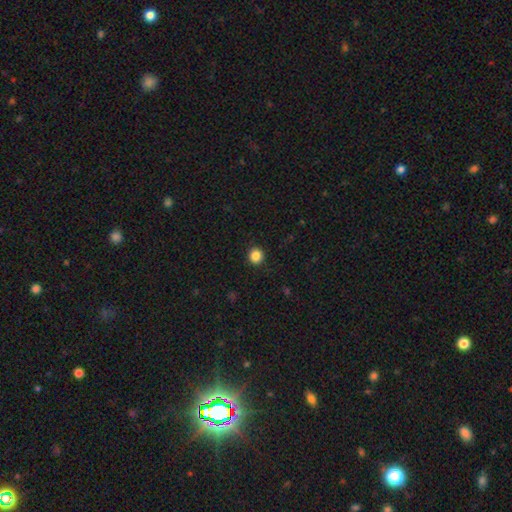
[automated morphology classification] Overall: smooth (85%). How rounded: round (93%). Merging: none (92%).